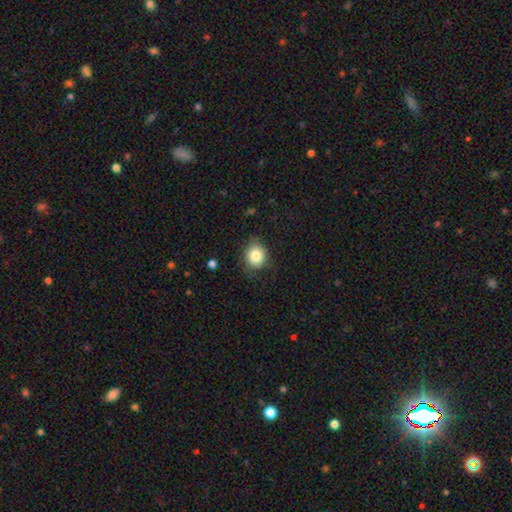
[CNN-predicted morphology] Smooth or featured?
  - smooth: 83% *
  - star or artifact: 10%
  - featured or disk: 7%
How rounded?
  - round: 72% *
  - in between: 27%
  - cigar-shaped: 1%
Merging?
  - none: 79% *
  - minor disturbance: 16%
  - major disturbance: 4%
  - merger: 1%